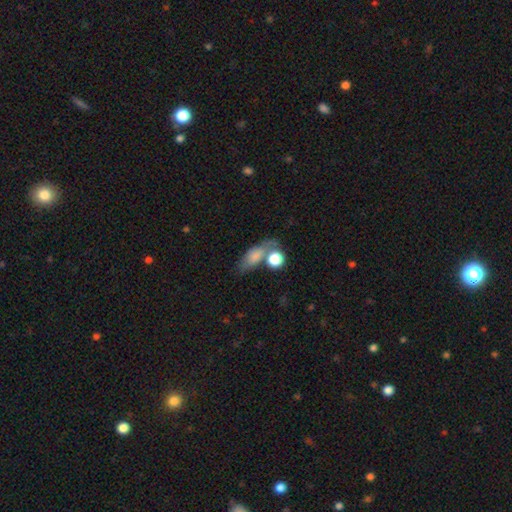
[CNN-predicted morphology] type=smooth (73%); roundness=in between (68%); merging=none (44%).